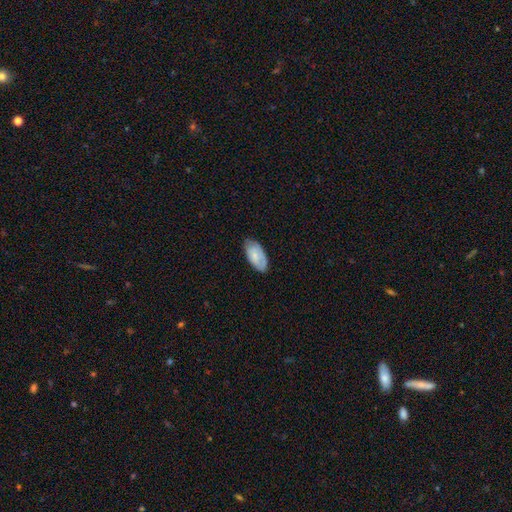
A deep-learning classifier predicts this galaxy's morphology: smooth_or_featured: smooth (p=0.66) [alt: featured or disk p=0.28]
how_rounded: in between (p=0.94) [alt: cigar-shaped p=0.04]
merging: none (p=0.72) [alt: minor disturbance p=0.23]